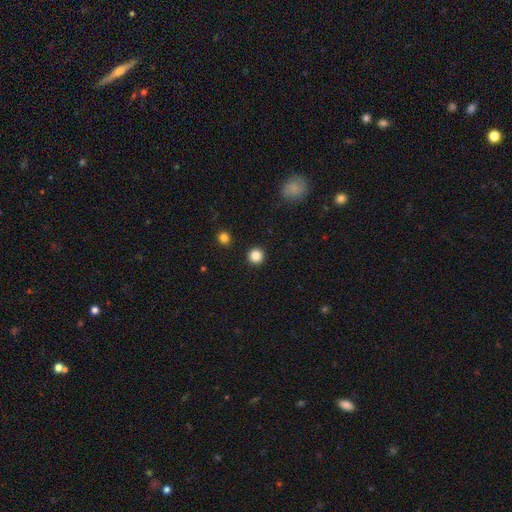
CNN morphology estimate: A smooth galaxy with no disk features (85%) that is round (96%). Merging: none (93%).